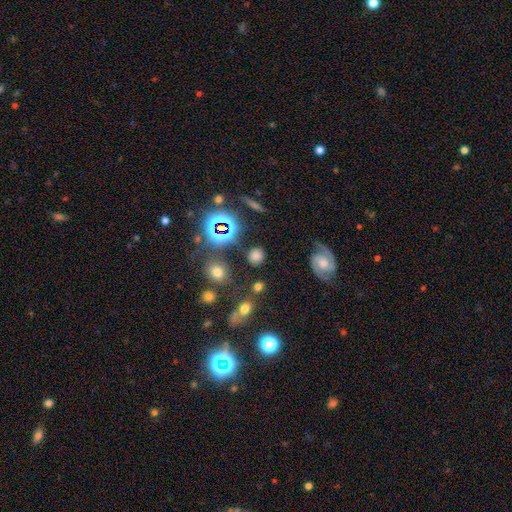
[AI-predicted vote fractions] Smooth or featured: smooth — 64% (star or artifact — 24%)
How rounded: round — 79% (in between — 19%)
Merging: none — 77% (minor disturbance — 12%)